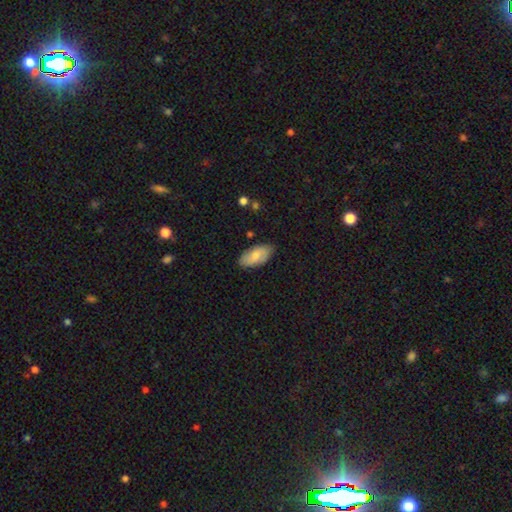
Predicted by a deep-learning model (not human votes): Q: Smooth or featured?
A: smooth (74%); runner-up: featured or disk (20%)
Q: How rounded?
A: in between (93%); runner-up: cigar-shaped (4%)
Q: Merging?
A: none (82%); runner-up: minor disturbance (14%)